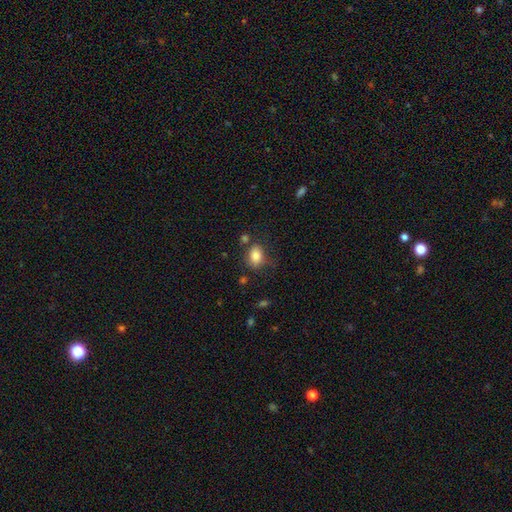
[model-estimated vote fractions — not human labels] Smooth or featured: smooth — 83% (star or artifact — 9%)
How rounded: in between — 76% (round — 22%)
Merging: none — 69% (minor disturbance — 18%)